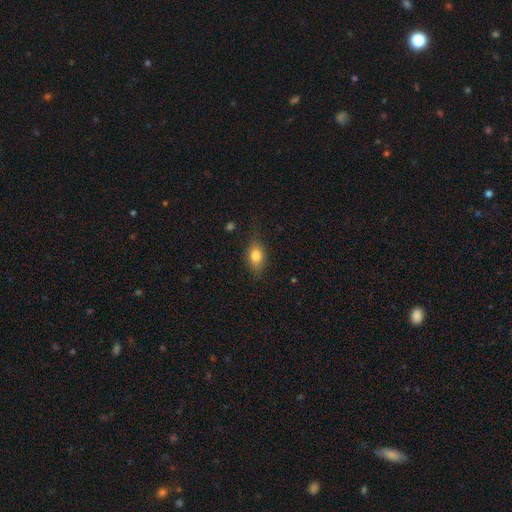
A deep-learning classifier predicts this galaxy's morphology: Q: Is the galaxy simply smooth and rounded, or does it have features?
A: smooth — 80%.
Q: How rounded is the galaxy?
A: in between — 78%.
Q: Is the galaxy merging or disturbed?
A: none — 77%.